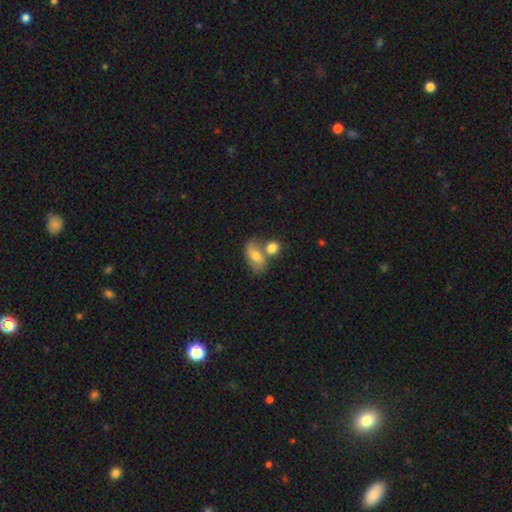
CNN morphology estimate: Q: Smooth or featured?
A: smooth (59%); runner-up: featured or disk (32%)
Q: How rounded?
A: in between (83%); runner-up: round (13%)
Q: Merging?
A: none (43%); runner-up: merger (39%)